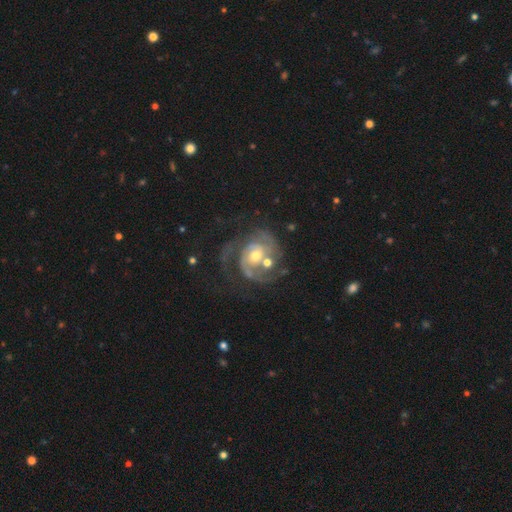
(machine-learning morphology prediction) Q: Smooth or featured?
A: featured or disk (87%); runner-up: smooth (8%)
Q: Edge-on disk?
A: no (98%); runner-up: yes (2%)
Q: Bar?
A: no (66%); runner-up: weak (28%)
Q: Spiral arms?
A: yes (95%); runner-up: no (5%)
Q: Spiral winding?
A: tight (48%); runner-up: medium (40%)
Q: Spiral arm count?
A: 2 (54%); runner-up: 3 (16%)
Q: Bulge size?
A: moderate (65%); runner-up: small (27%)
Q: Merging?
A: none (48%); runner-up: major disturbance (22%)